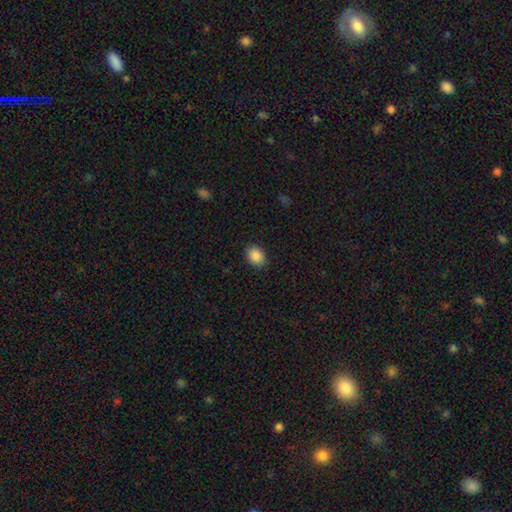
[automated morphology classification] smooth-or-featured: smooth: 88% | star or artifact: 8% | featured or disk: 4%
  how-rounded: in between: 58% | round: 41% | cigar-shaped: 1%
  merging: none: 89% | minor disturbance: 8% | major disturbance: 2% | merger: 1%